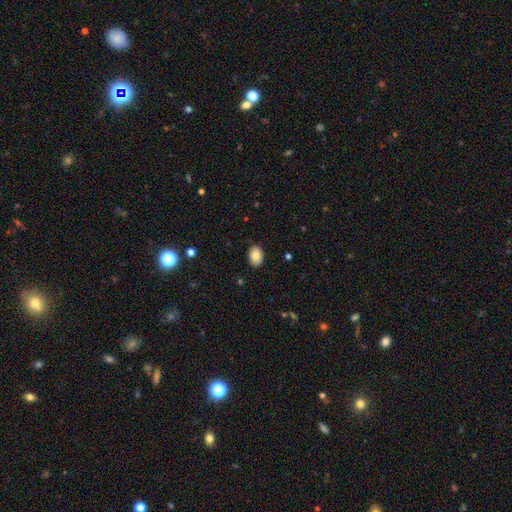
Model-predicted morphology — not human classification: smooth 84%, featured or disk 8%, star or artifact 8%. Down the decision tree: how rounded — in between (82%); merging — none (87%).